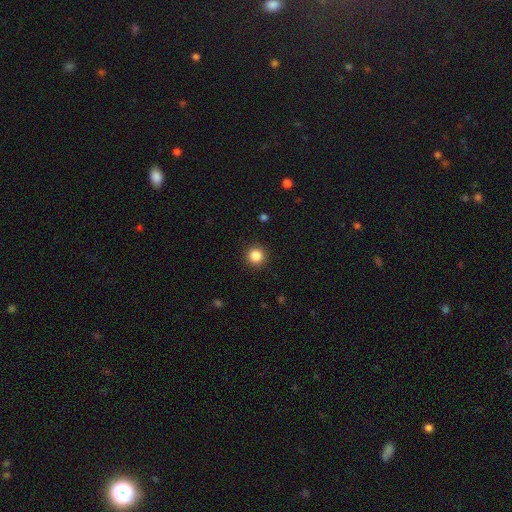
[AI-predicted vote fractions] Smooth or featured?
  - smooth: 85% *
  - star or artifact: 11%
  - featured or disk: 3%
How rounded?
  - round: 95% *
  - in between: 4%
  - cigar-shaped: 1%
Merging?
  - none: 91% *
  - minor disturbance: 6%
  - major disturbance: 2%
  - merger: 1%